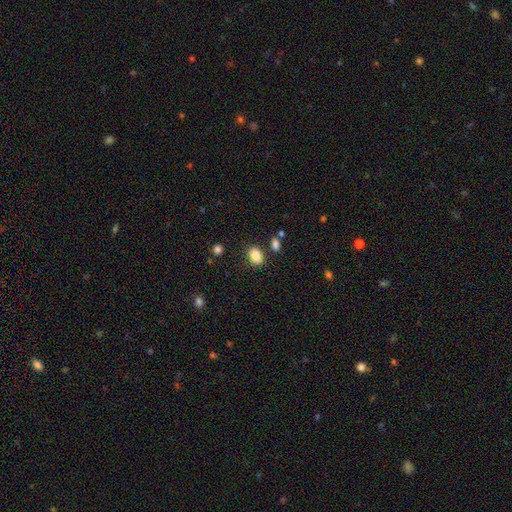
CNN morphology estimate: A smooth galaxy with no disk features (86%) that is in between round and cigar-shaped (74%). Merging: none (81%).